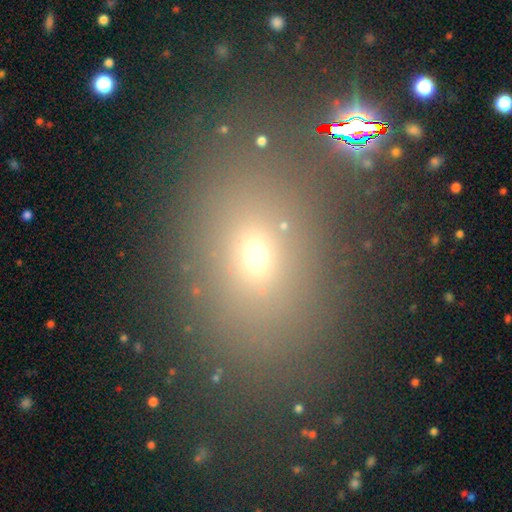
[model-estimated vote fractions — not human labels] Morphology: type=smooth (61%); roundness=in between (69%); merging=none (78%).